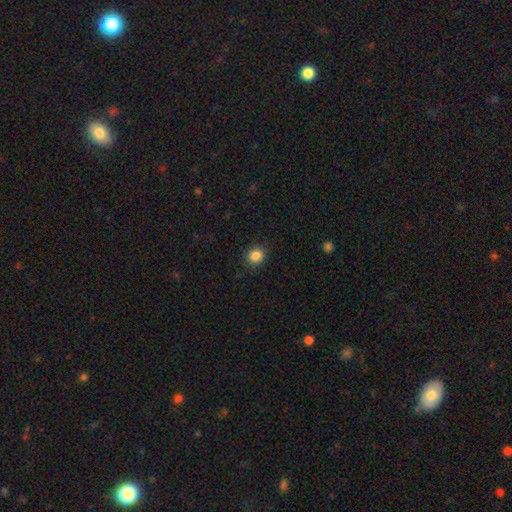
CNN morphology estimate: smooth-or-featured: smooth: 86% | star or artifact: 10% | featured or disk: 4%
  how-rounded: round: 80% | in between: 19% | cigar-shaped: 1%
  merging: none: 90% | minor disturbance: 7% | major disturbance: 2% | merger: 1%